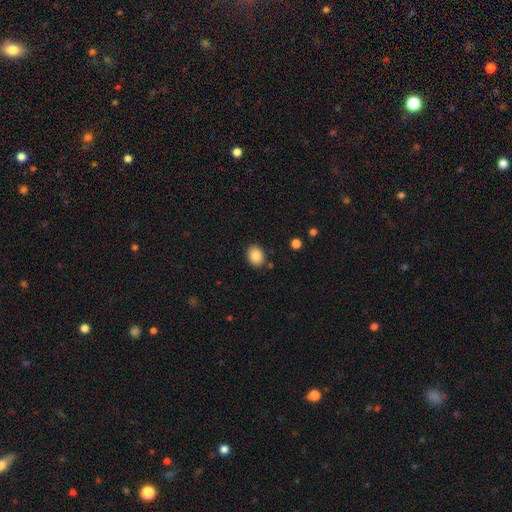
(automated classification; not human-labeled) Morphology: type=smooth (87%); roundness=round (54%); merging=none (86%).